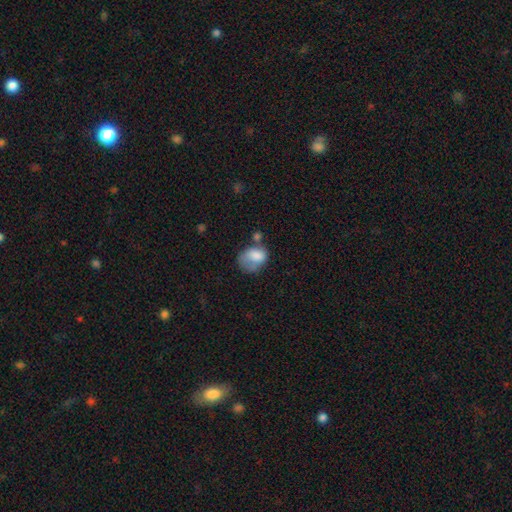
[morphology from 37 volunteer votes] Overall: smooth (78%). How rounded: in between (72%). Merging: major disturbance (46%; minor disturbance 27%).